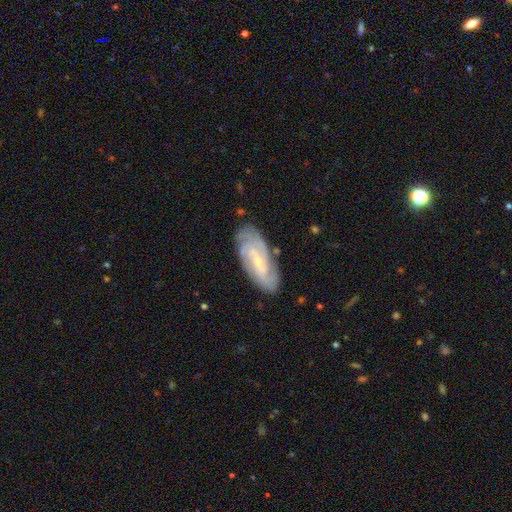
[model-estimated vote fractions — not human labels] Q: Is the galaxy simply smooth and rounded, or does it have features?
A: featured or disk — 69%.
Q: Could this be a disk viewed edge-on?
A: no — 88%.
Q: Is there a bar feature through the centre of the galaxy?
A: weak — 43%.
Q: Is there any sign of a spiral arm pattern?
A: yes — 90%.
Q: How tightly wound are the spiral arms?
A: tight — 56%.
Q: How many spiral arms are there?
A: can't tell — 39%.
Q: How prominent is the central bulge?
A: small — 67%.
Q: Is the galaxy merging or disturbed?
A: none — 80%.